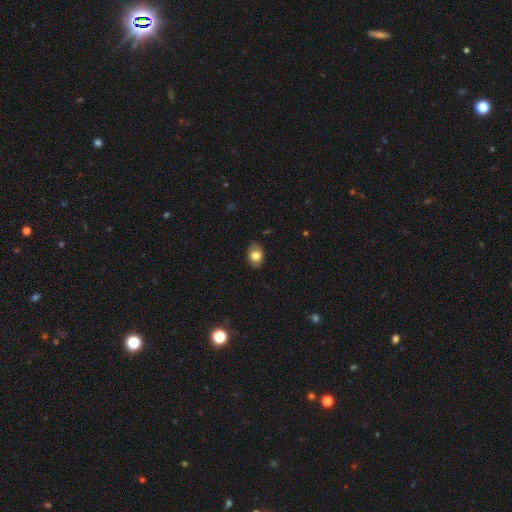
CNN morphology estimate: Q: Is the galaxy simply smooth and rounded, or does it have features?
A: smooth — 81%.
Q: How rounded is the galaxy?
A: in between — 71%.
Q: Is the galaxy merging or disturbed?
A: none — 84%.